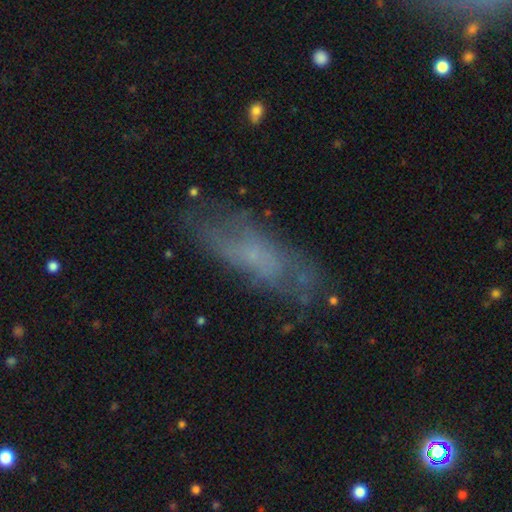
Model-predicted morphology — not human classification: This appears to be a featured or disk galaxy (50%). Merging: none (69%).